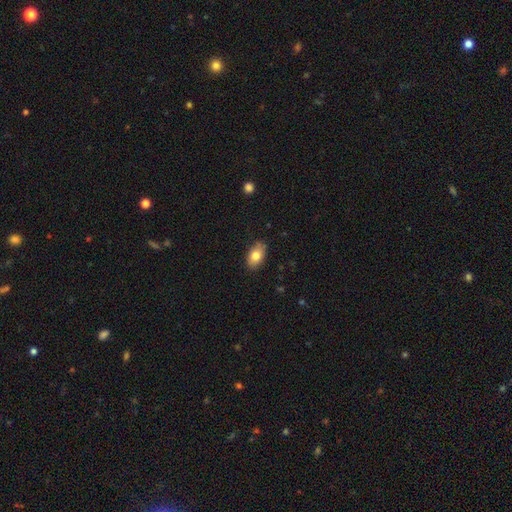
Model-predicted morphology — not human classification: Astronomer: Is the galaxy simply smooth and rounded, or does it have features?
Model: smooth — 80%.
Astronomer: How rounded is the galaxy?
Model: in between — 90%.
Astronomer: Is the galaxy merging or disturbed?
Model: none — 84%.